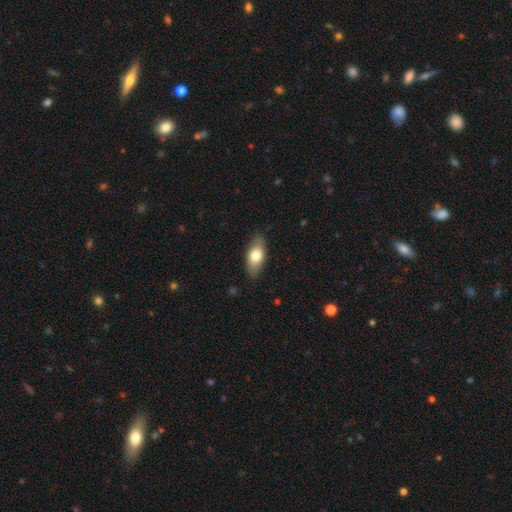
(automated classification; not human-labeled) Smooth or featured: smooth — 73% (featured or disk — 21%)
How rounded: in between — 84% (cigar-shaped — 13%)
Merging: none — 85% (minor disturbance — 12%)